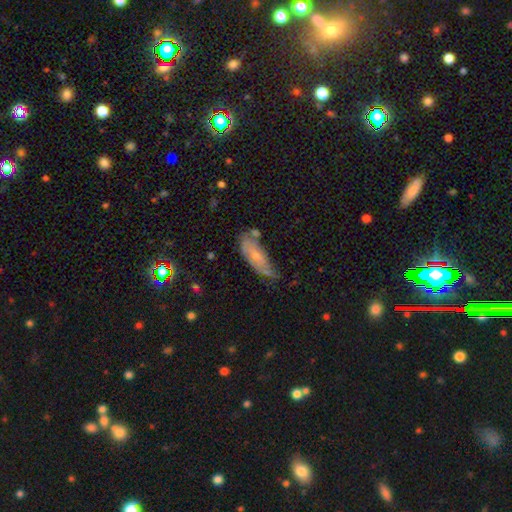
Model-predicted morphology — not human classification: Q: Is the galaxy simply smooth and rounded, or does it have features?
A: smooth — 46%, tied with featured or disk.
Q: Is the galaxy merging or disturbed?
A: none — 42%.